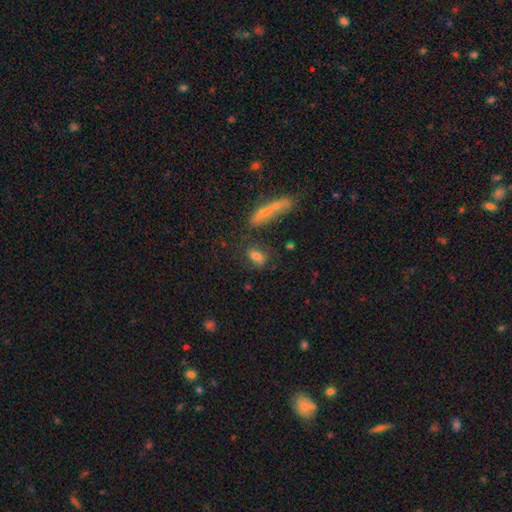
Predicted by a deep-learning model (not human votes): Morphology: type=smooth (65%); roundness=in between (68%); merging=none (63%).